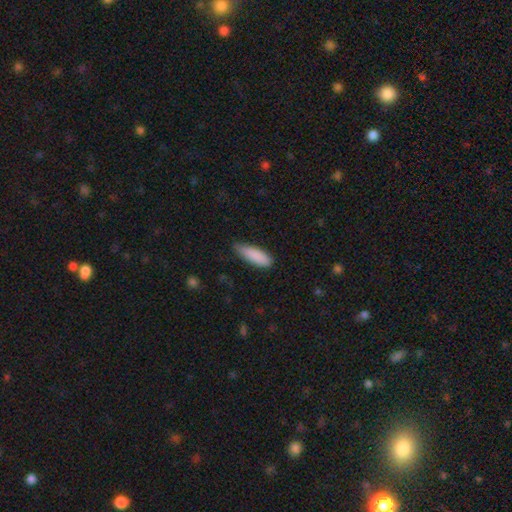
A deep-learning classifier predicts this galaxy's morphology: Smooth or featured? Predicted: smooth (p=0.87). How rounded? Predicted: in between (p=0.54). Merging? Predicted: none (p=0.67).